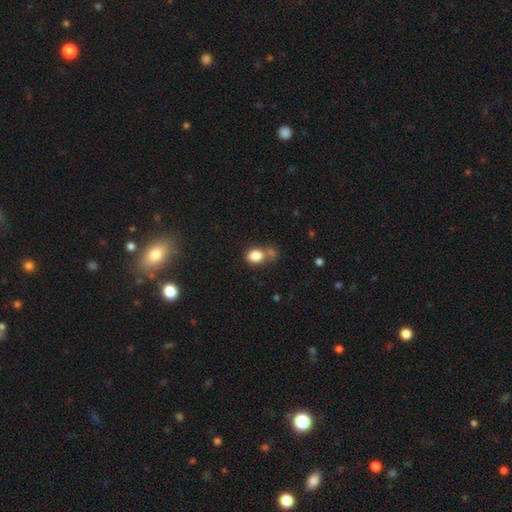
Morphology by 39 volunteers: smooth 92%, star or artifact 8%, featured or disk 0%. Down the decision tree: how rounded — in between (58%); merging — none (69%).